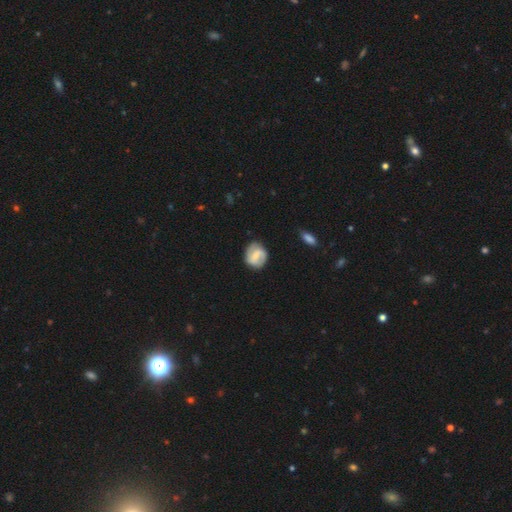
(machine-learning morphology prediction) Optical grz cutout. It shows a featured or disk galaxy (57%) with a weak bar (49%), spiral arms (83%) and a small central bulge (48%). Merging: none (78%).